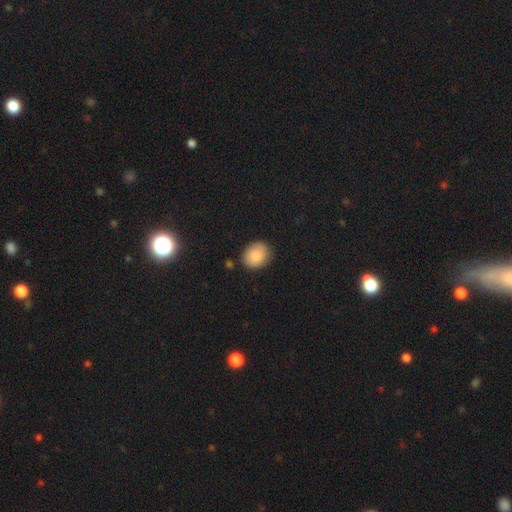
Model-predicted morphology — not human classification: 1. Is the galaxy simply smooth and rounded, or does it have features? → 84% smooth, 8% featured or disk, 8% star or artifact.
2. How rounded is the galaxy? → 68% round, 31% in between, 1% cigar-shaped.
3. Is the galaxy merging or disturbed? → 83% none, 12% minor disturbance, 2% major disturbance, 2% merger.